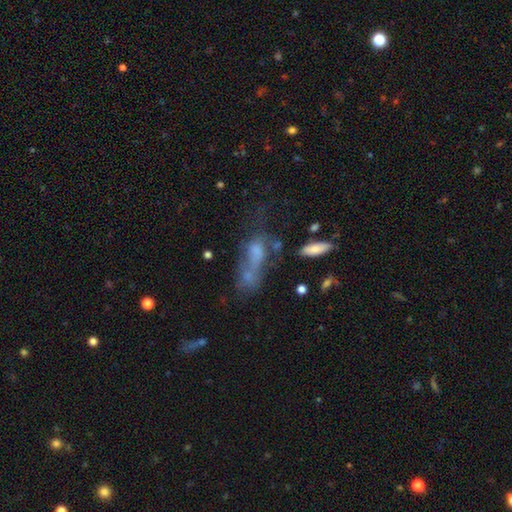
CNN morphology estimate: Smooth or featured: smooth — 50% (featured or disk — 34%)
Merging: merger — 40% (major disturbance — 24%)